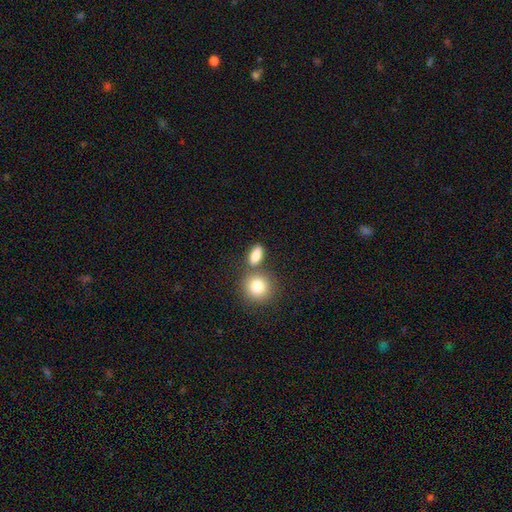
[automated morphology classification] Overall: smooth (84%). How rounded: in between (69%). Merging: none (66%).